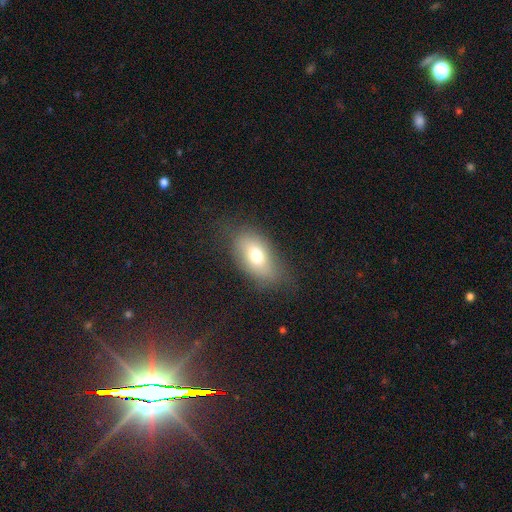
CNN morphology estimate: Smooth or featured? smooth (71%)
How rounded? in between (87%)
Merging? none (71%)